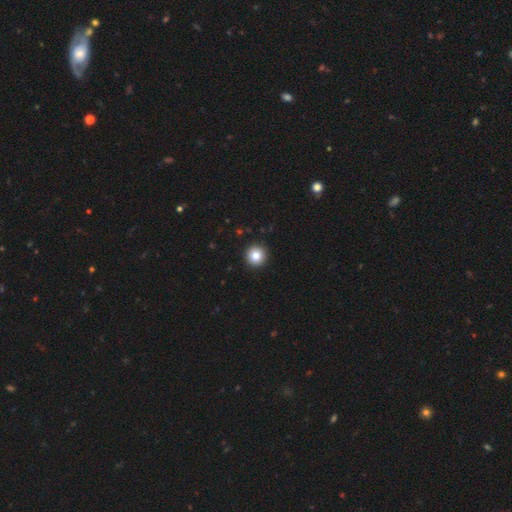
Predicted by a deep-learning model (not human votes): Overall: smooth (82%). How rounded: round (96%). Merging: none (93%).